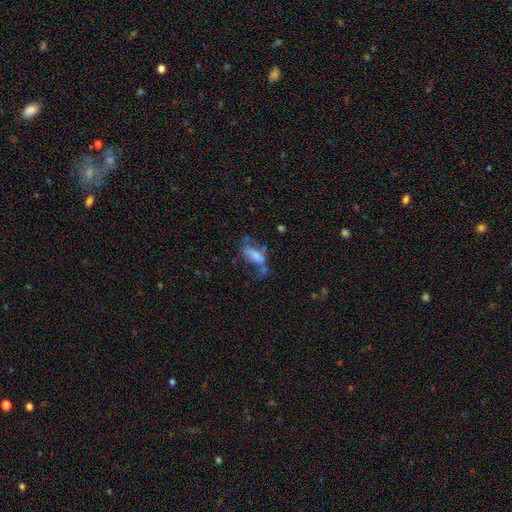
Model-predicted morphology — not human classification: A smooth galaxy with no disk features (53%) that is in between round and cigar-shaped (68%). Merging: major disturbance (35%).